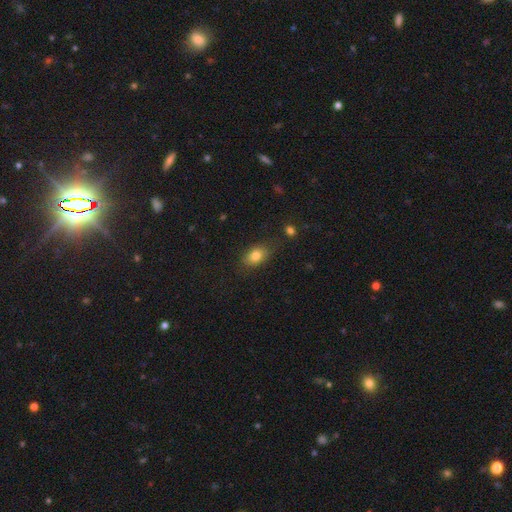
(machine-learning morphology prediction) Overall: smooth (81%). How rounded: in between (81%). Merging: none (79%).